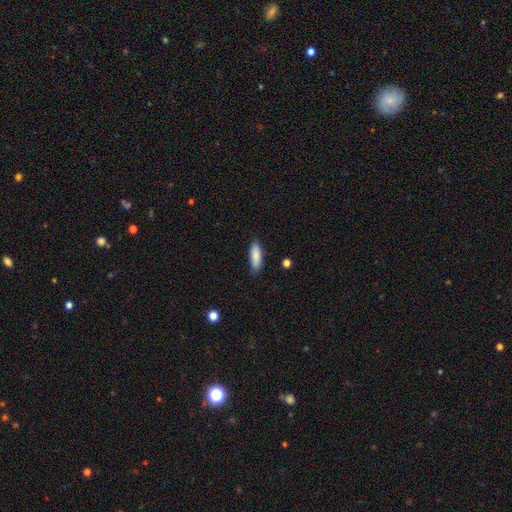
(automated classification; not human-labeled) Smooth or featured? smooth (86%)
How rounded? in between (61%)
Merging? none (84%)